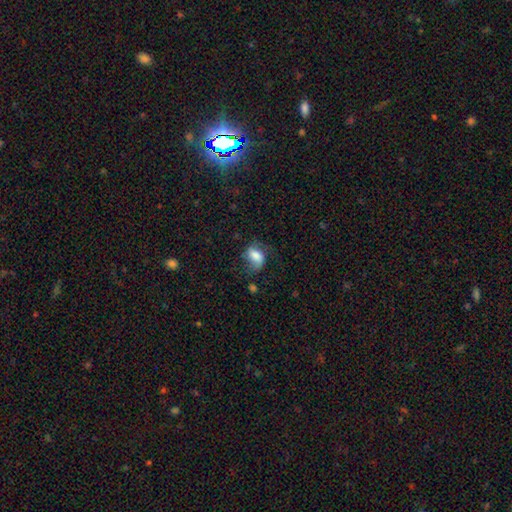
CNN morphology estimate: Smooth or featured?
  - smooth: 59% *
  - featured or disk: 32%
  - star or artifact: 9%
How rounded?
  - in between: 80% *
  - round: 18%
  - cigar-shaped: 2%
Merging?
  - none: 47% *
  - minor disturbance: 28%
  - major disturbance: 23%
  - merger: 3%